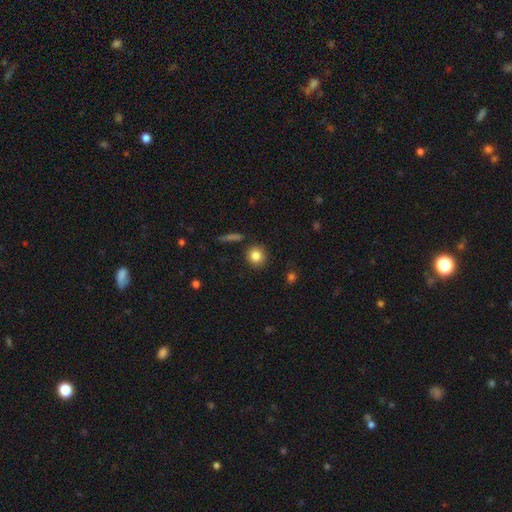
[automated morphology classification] type=smooth (84%); roundness=round (89%); merging=none (87%).